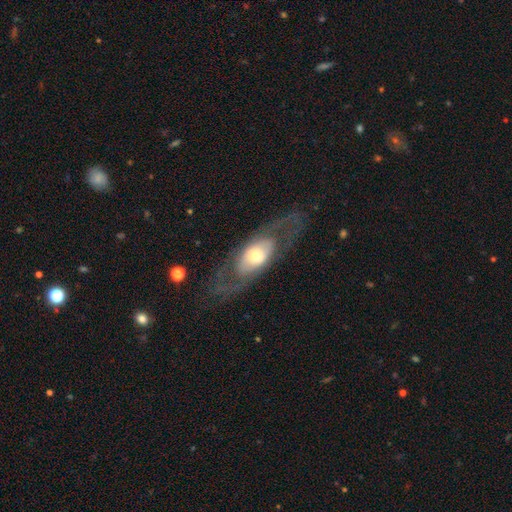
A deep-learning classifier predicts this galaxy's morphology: A featured or disk galaxy (63%) with no bar (76%), no spiral arms (55%) and a moderate central bulge (48%). Merging: none (69%).